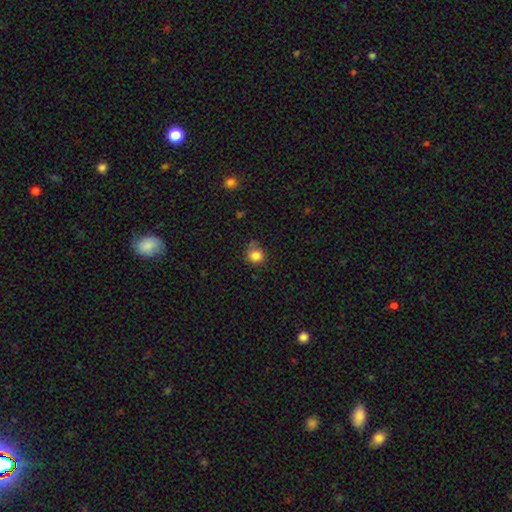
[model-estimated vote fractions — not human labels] Overall: smooth (84%). How rounded: round (86%). Merging: none (66%).